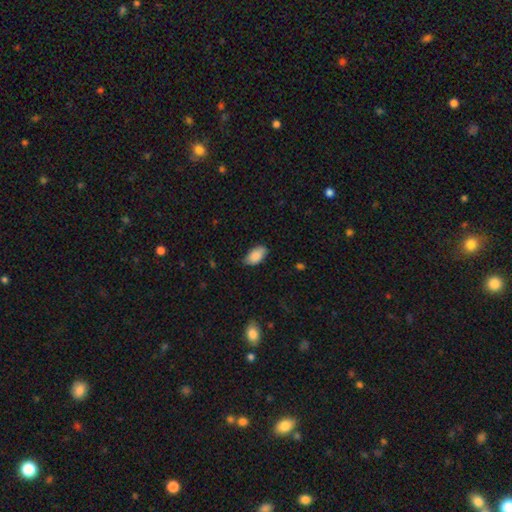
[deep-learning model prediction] This is clearly a smooth galaxy (88%). How rounded: clearly in between (94%). Merging: likely none (73%).